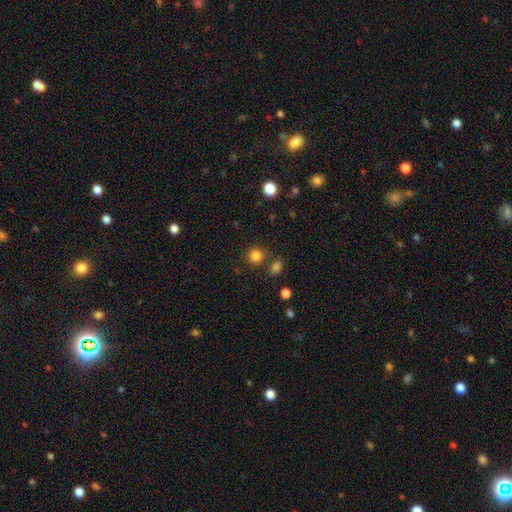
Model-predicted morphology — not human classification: Q: Smooth or featured?
A: smooth (83%); runner-up: star or artifact (13%)
Q: How rounded?
A: round (89%); runner-up: in between (10%)
Q: Merging?
A: none (78%); runner-up: merger (10%)